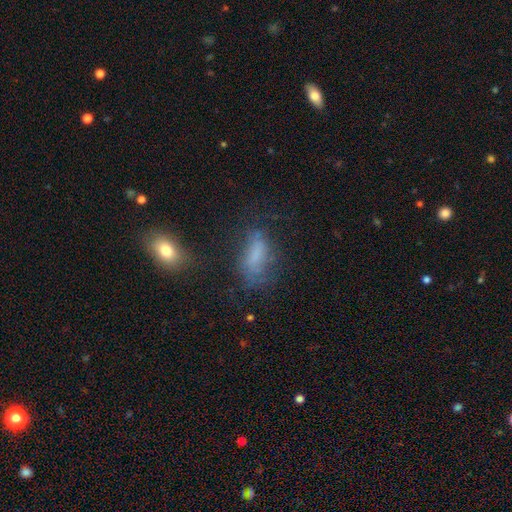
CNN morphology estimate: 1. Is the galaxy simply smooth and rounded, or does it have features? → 59% smooth, 25% featured or disk, 16% star or artifact.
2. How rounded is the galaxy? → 79% in between, 16% cigar-shaped, 5% round.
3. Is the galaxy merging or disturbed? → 45% none, 26% minor disturbance, 25% major disturbance, 5% merger.